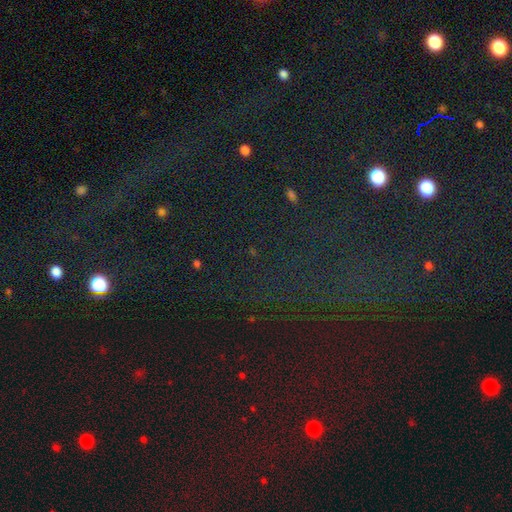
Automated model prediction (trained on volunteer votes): Overall: star or artifact (76%).